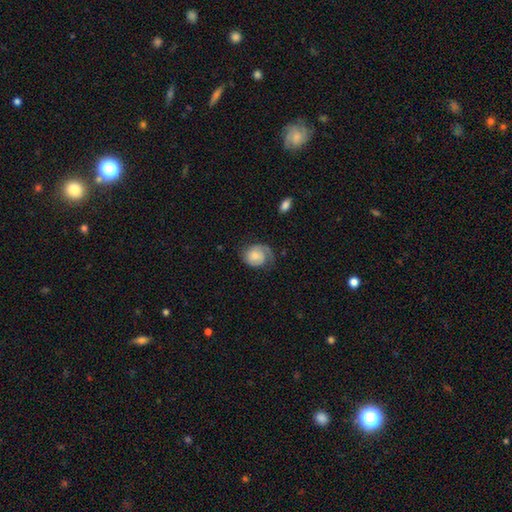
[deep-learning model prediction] Morphology: type=featured or disk (58%); edge-on=no (97%); bar=no (73%); spiral arms=yes (91%); winding=tight (48%); arm count=1 (64%); bulge=small (41%); merging=none (53%).